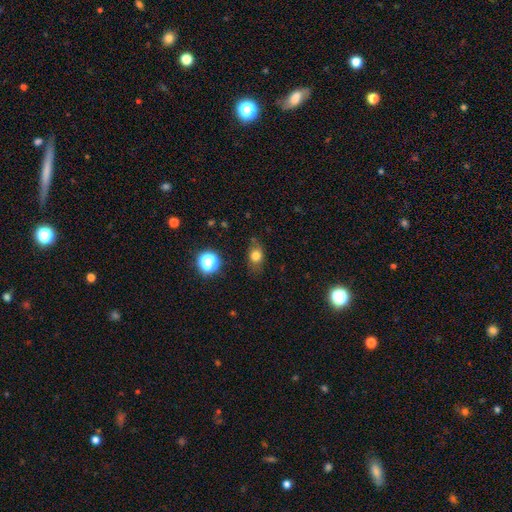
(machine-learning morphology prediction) The model was most divided on "how rounded": in between: 64%, round: 34%, cigar-shaped: 3%. More confident: smooth or featured — smooth (76%); merging — none (75%).